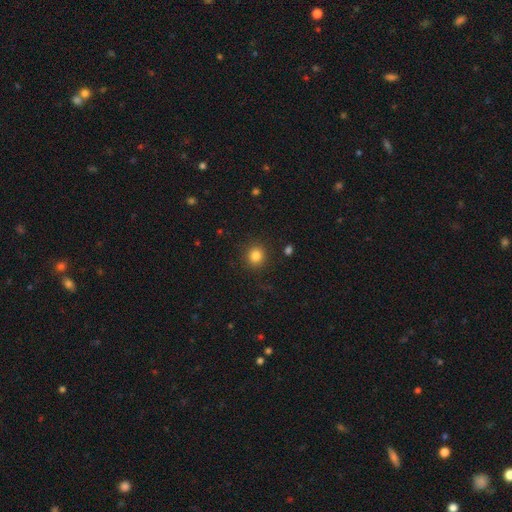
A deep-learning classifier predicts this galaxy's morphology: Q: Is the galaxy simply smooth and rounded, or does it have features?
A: smooth — 84%.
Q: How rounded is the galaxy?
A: round — 89%.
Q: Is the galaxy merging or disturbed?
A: none — 89%.